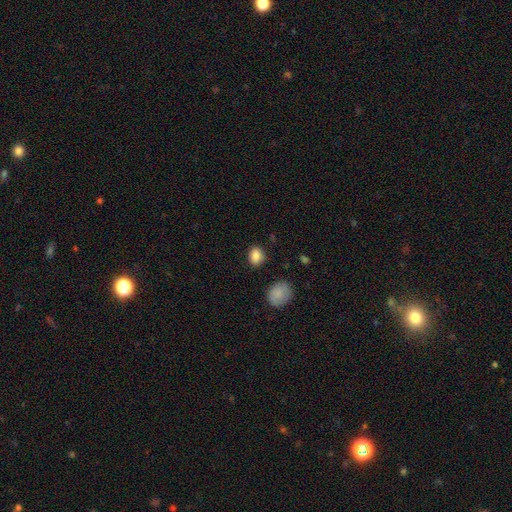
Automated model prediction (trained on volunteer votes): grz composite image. It shows a smooth galaxy with no disk features (86%) that is in between round and cigar-shaped (54%). Merging: none (86%).